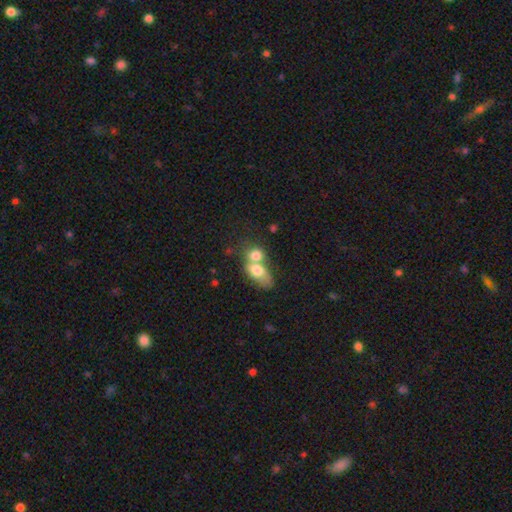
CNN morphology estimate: Smooth or featured? Predicted: smooth (p=0.73). How rounded? Predicted: in between (p=0.62). Merging? Predicted: merger (p=0.72).